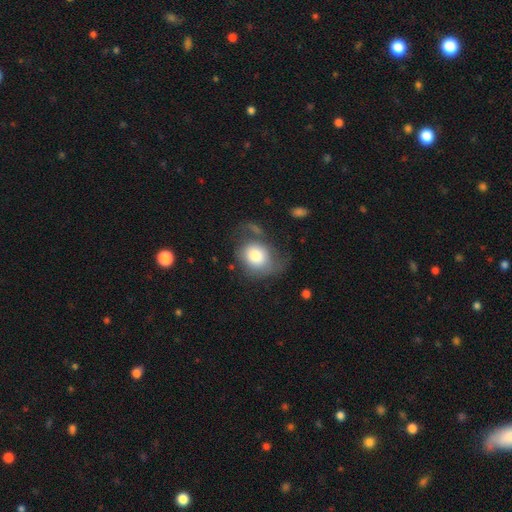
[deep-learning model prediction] Smooth or featured: smooth — 74% (featured or disk — 19%)
How rounded: round — 53% (in between — 46%)
Merging: none — 39% (minor disturbance — 28%)